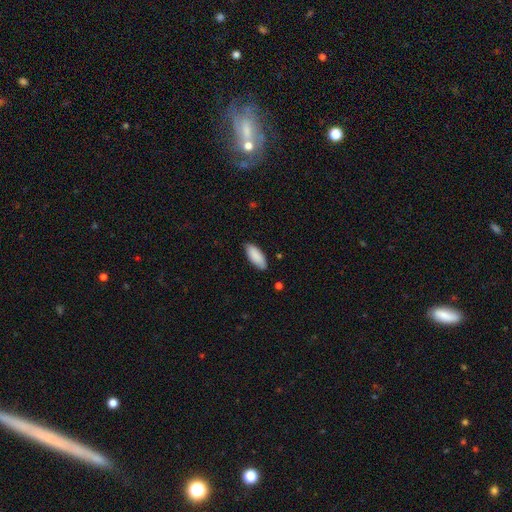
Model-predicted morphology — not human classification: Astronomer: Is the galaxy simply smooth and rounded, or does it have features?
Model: smooth — 89%.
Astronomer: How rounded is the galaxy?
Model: in between — 82%.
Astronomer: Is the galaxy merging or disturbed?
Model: none — 83%.